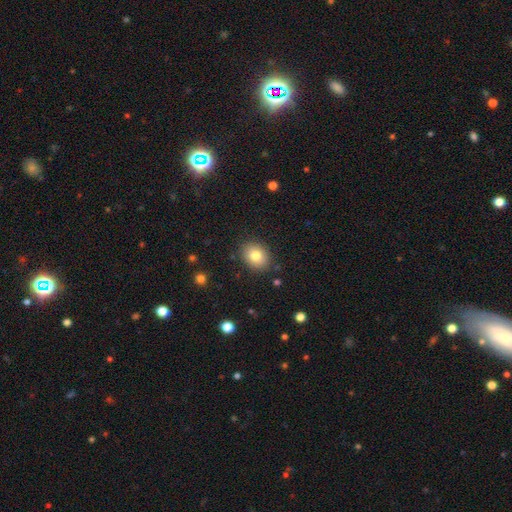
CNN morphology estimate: The model was most divided on "how rounded": round: 54%, in between: 45%, cigar-shaped: 1%. More confident: merging — none (87%); smooth or featured — smooth (81%).